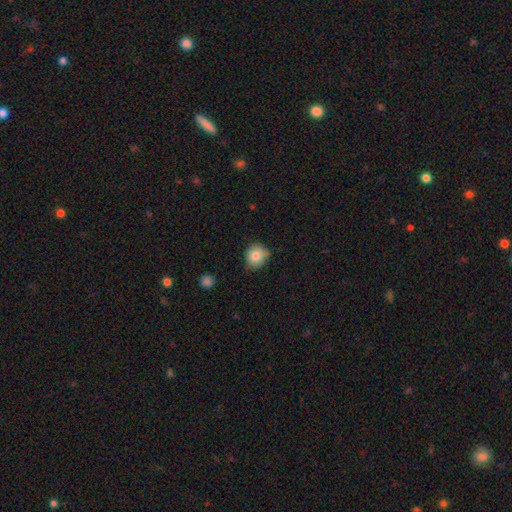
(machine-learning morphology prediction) smooth-or-featured: smooth: 82% | star or artifact: 10% | featured or disk: 9%
  how-rounded: round: 83% | in between: 17% | cigar-shaped: 1%
  merging: none: 74% | minor disturbance: 21% | major disturbance: 3% | merger: 2%